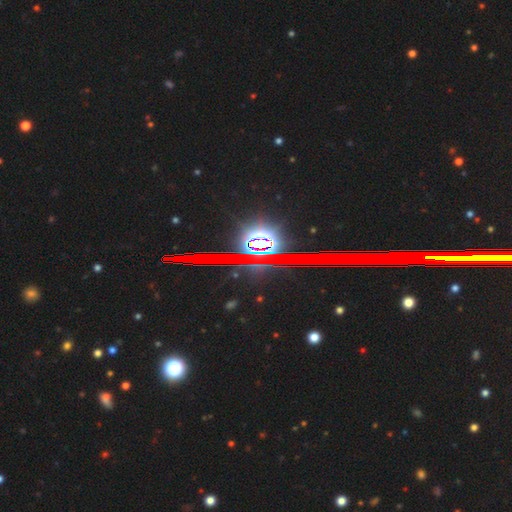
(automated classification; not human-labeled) A star or artifact, not a galaxy (83%).

Vote fractions:
- Smooth or featured? star or artifact: 83% / featured or disk: 9% / smooth: 8%